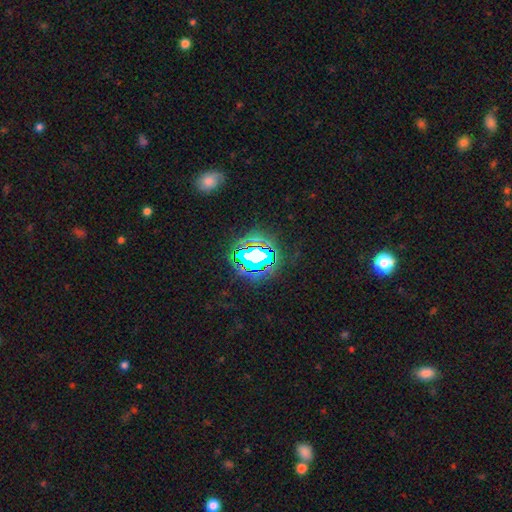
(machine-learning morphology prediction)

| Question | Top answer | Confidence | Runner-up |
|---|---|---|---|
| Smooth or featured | star or artifact | 64% | smooth (20%) |